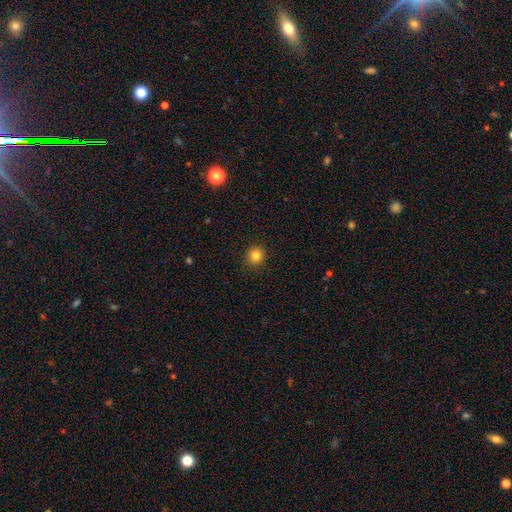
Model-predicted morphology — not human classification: Q: Smooth or featured?
A: smooth (84%); runner-up: star or artifact (12%)
Q: How rounded?
A: round (92%); runner-up: in between (7%)
Q: Merging?
A: none (91%); runner-up: minor disturbance (6%)